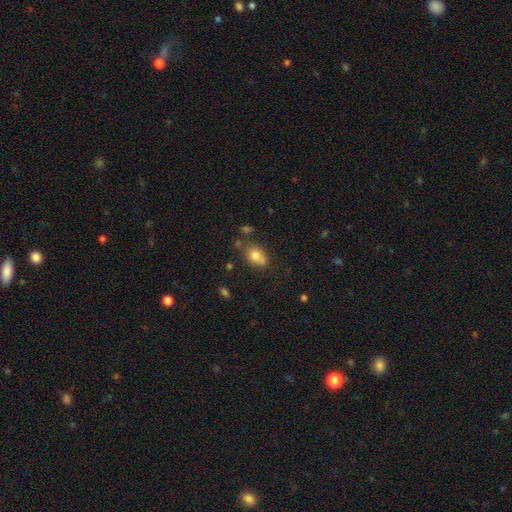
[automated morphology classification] This is likely a smooth galaxy (78%). How rounded: likely in between (68%). Merging: possibly none (53%).